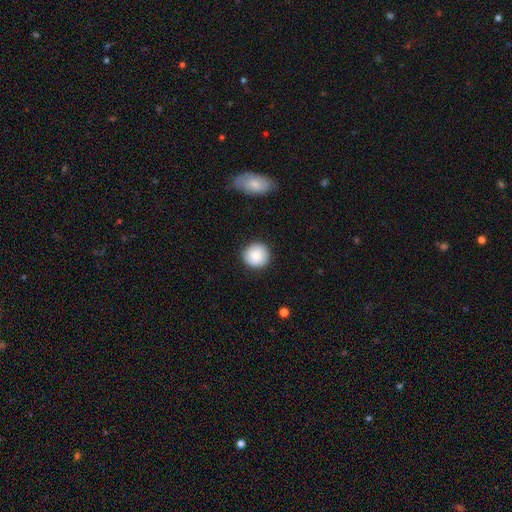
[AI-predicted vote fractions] smooth 86%, featured or disk 7%, star or artifact 7%. Down the decision tree: how rounded — round (93%); merging — none (88%).